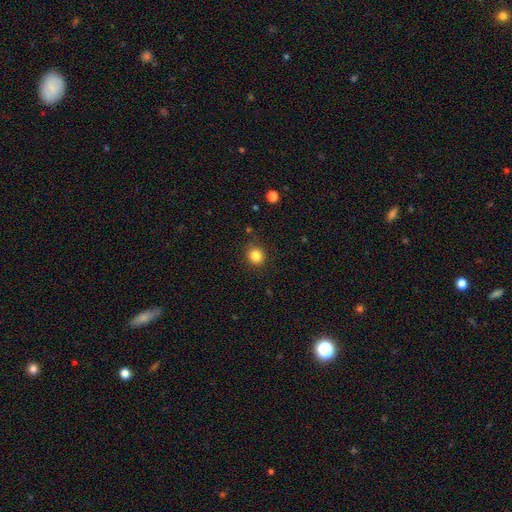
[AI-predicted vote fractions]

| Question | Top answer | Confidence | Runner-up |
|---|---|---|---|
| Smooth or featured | smooth | 84% | star or artifact (12%) |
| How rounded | round | 88% | in between (11%) |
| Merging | none | 86% | minor disturbance (10%) |